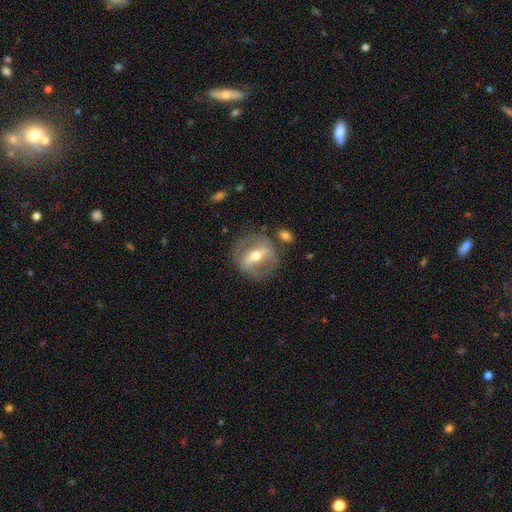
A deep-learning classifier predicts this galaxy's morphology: Smooth or featured? Predicted: featured or disk (p=0.75). Edge-on disk? Predicted: no (p=0.84). Bar? Predicted: strong (p=0.66). Spiral arms? Predicted: no (p=0.58). Bulge size? Predicted: moderate (p=0.70). Merging? Predicted: none (p=0.75).